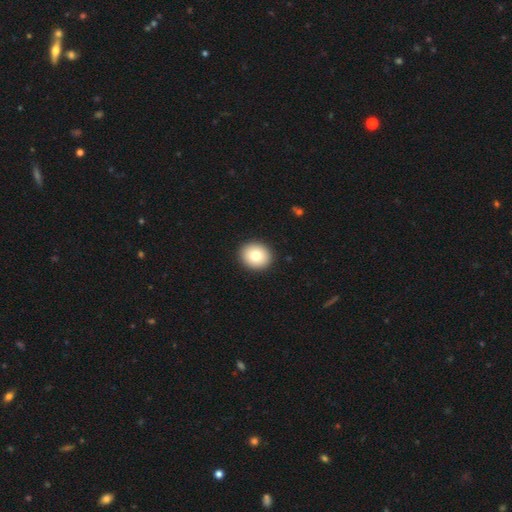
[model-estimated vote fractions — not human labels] Smooth or featured? smooth (78%)
How rounded? round (76%)
Merging? none (92%)